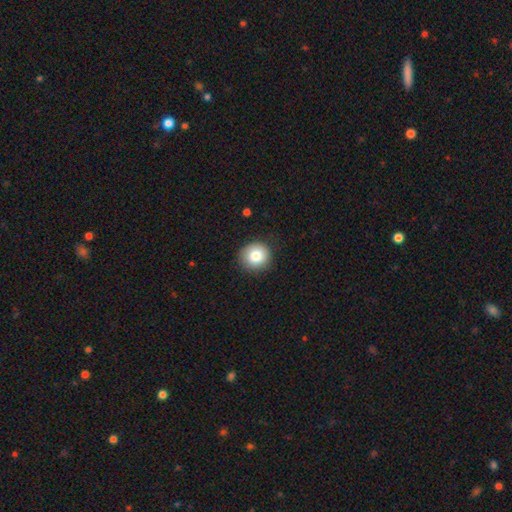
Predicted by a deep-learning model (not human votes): Smooth or featured?
  - smooth: 82% *
  - star or artifact: 9%
  - featured or disk: 9%
How rounded?
  - round: 91% *
  - in between: 8%
  - cigar-shaped: 1%
Merging?
  - none: 88% *
  - minor disturbance: 9%
  - major disturbance: 2%
  - merger: 1%